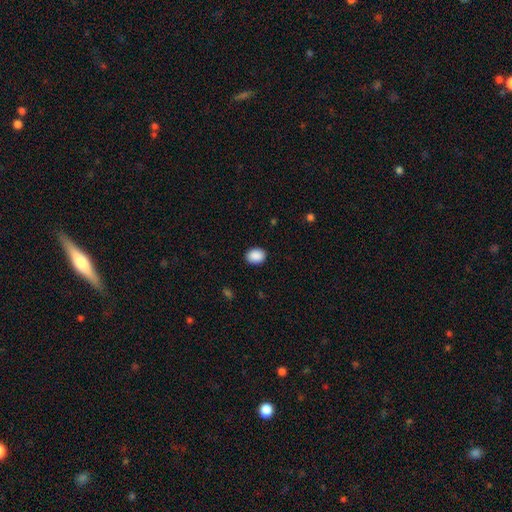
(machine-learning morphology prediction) This appears to be a smooth galaxy with no disk features (90%) that is in between round and cigar-shaped (59%). Merging: none (90%).